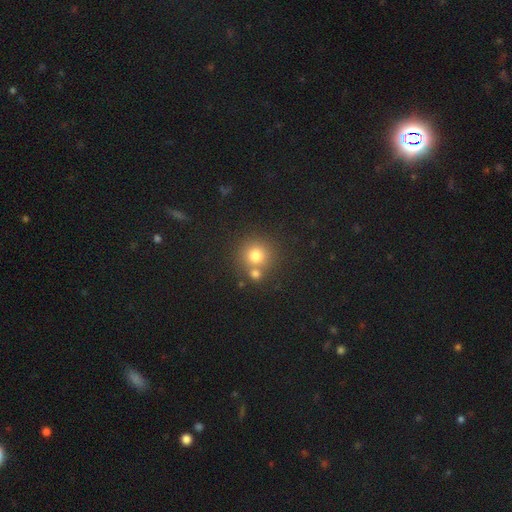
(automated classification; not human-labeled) Smooth or featured? Predicted: smooth (p=0.77). How rounded? Predicted: round (p=0.91). Merging? Predicted: none (p=0.63).